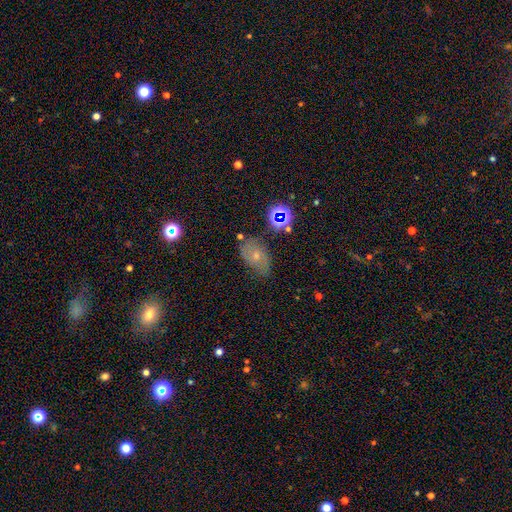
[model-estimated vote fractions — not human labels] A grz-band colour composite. It shows a featured or disk galaxy (41%). Merging: none (59%).